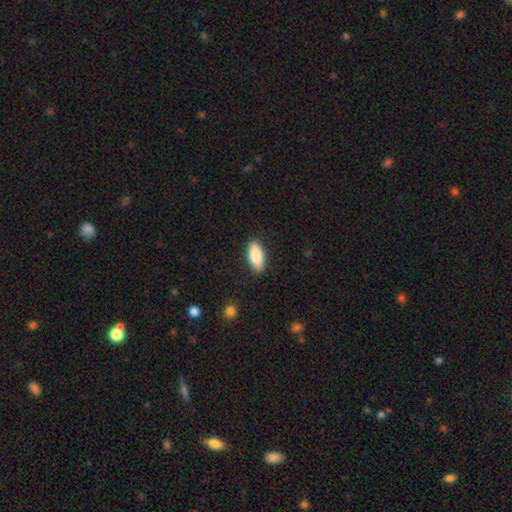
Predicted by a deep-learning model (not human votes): smooth_or_featured: smooth (p=0.85) [alt: featured or disk p=0.09]
how_rounded: in between (p=0.82) [alt: cigar-shaped p=0.16]
merging: none (p=0.86) [alt: minor disturbance p=0.10]